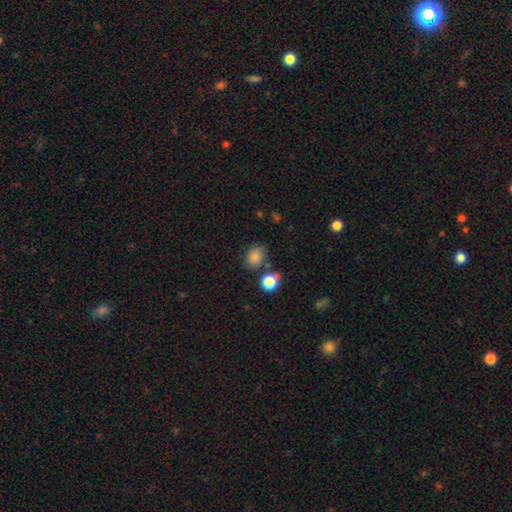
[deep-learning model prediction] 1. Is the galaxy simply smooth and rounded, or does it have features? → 81% smooth, 12% star or artifact, 7% featured or disk.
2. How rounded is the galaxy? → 55% in between, 44% round, 1% cigar-shaped.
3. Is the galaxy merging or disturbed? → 71% none, 16% minor disturbance, 8% merger, 5% major disturbance.